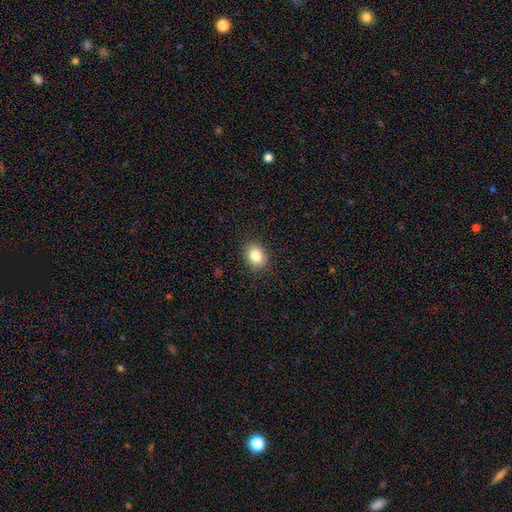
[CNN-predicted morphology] The model was most divided on "how rounded": in between: 50%, round: 49%, cigar-shaped: 1%. More confident: merging — none (89%); smooth or featured — smooth (83%).